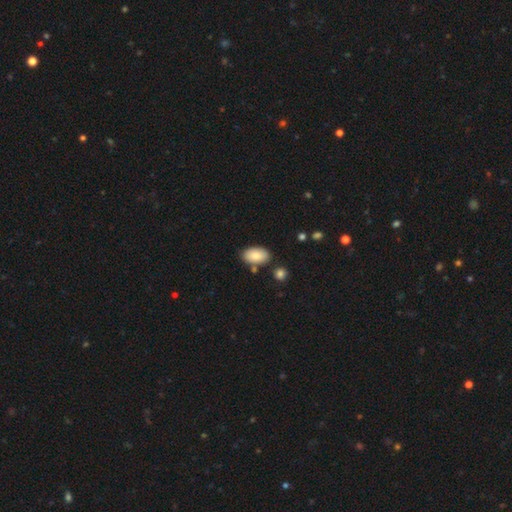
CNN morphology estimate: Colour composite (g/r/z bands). It shows a smooth galaxy with no disk features (86%) that is in between round and cigar-shaped (95%). Merging: none (78%).